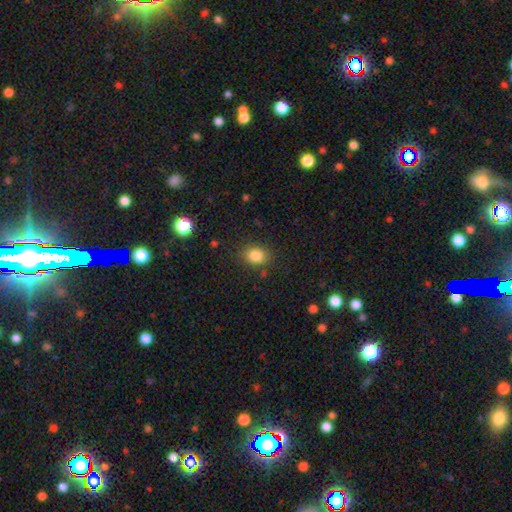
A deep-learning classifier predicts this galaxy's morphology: smooth 84%, star or artifact 11%, featured or disk 5%. Down the decision tree: how rounded — in between (58%); merging — none (82%).